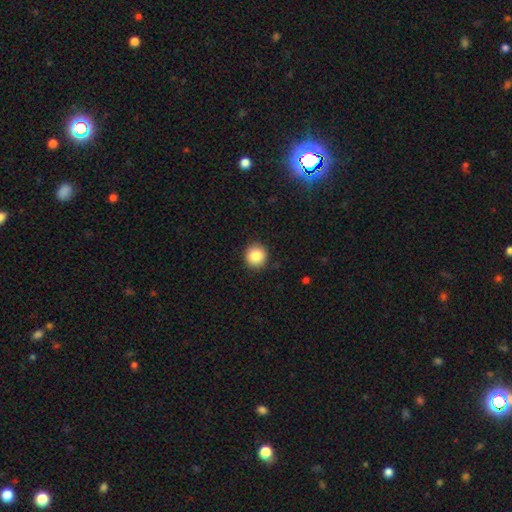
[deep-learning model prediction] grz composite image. It shows a smooth galaxy with no disk features (86%) that is round (92%). Merging: none (91%).